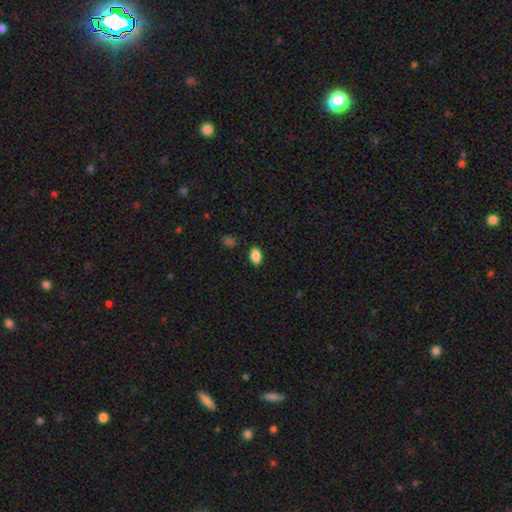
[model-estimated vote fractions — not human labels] A smooth galaxy with no disk features (87%) that is in between round and cigar-shaped (89%).

Vote fractions:
- Smooth or featured? smooth: 87% / star or artifact: 9% / featured or disk: 4%
- How rounded? in between: 89% / round: 10% / cigar-shaped: 2%
- Merging? none: 87% / minor disturbance: 9% / major disturbance: 2% / merger: 1%